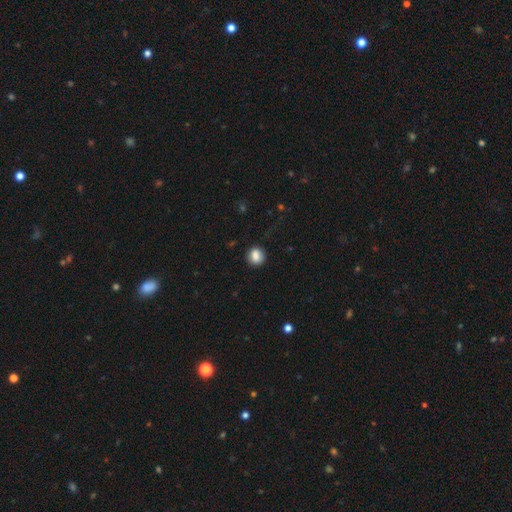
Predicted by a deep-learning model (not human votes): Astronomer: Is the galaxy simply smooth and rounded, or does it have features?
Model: smooth — 84%.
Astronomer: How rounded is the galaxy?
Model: round — 72%.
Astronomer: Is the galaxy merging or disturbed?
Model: none — 83%.